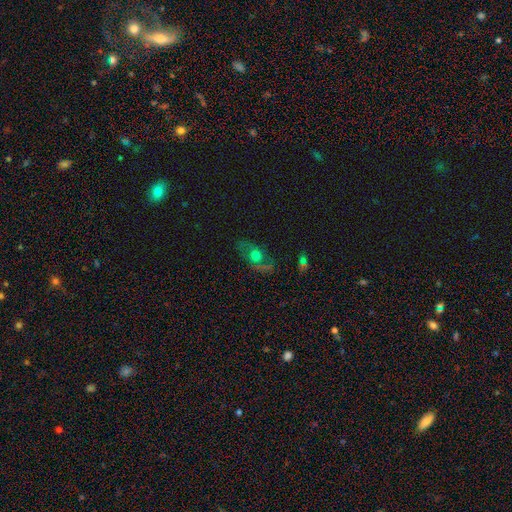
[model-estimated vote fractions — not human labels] Smooth or featured? featured or disk (50%)
Merging? none (66%)